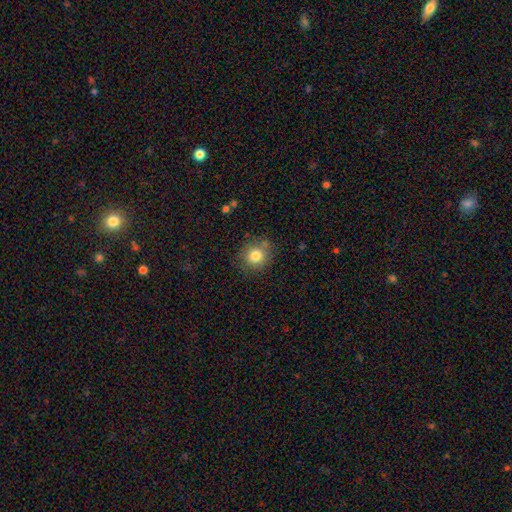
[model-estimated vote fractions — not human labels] Smooth or featured: smooth — 80% (star or artifact — 11%)
How rounded: round — 85% (in between — 14%)
Merging: none — 79% (minor disturbance — 13%)